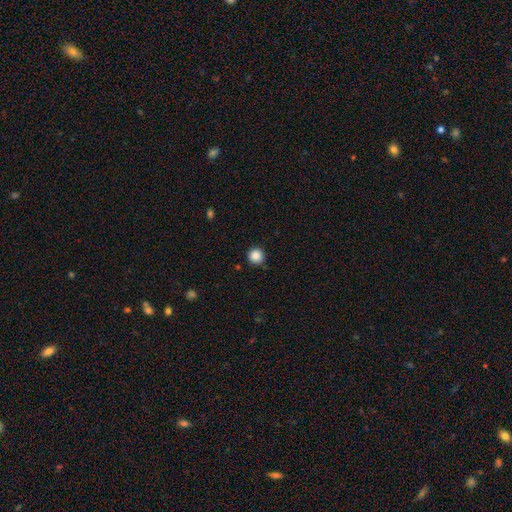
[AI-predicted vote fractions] Overall: smooth (87%). How rounded: round (95%). Merging: none (89%).